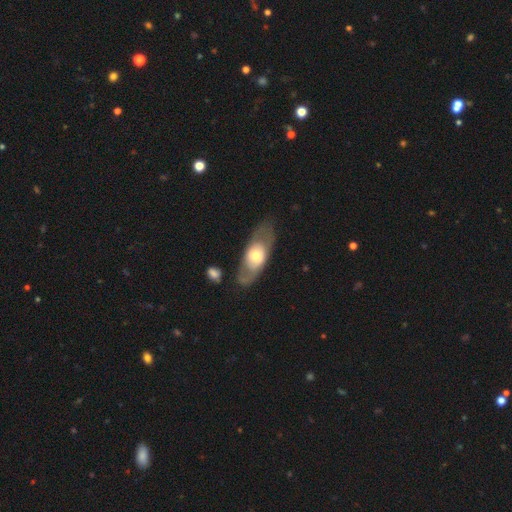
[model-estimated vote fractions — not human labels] smooth-or-featured: featured or disk: 52% | smooth: 43% | star or artifact: 5%
  disk-edge-on: no: 77% | yes: 23%
  merging: none: 70% | minor disturbance: 17% | major disturbance: 9% | merger: 4%